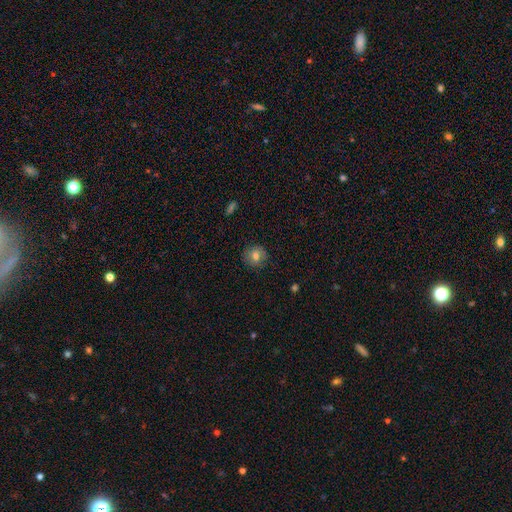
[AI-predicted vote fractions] A smooth galaxy with no disk features (76%) that is round (87%). Merging: none (84%).